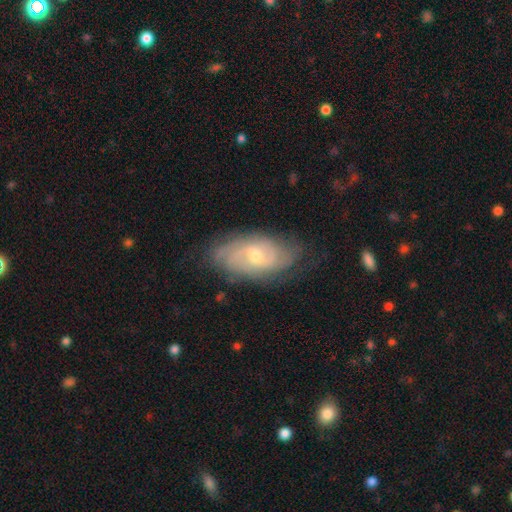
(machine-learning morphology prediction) Smooth or featured? Predicted: featured or disk (p=0.75). Edge-on disk? Predicted: no (p=0.93). Bar? Predicted: weak (p=0.46, tied with no). Spiral arms? Predicted: yes (p=0.89). Spiral winding? Predicted: tight (p=0.52). Spiral arm count? Predicted: can't tell (p=0.41). Bulge size? Predicted: small (p=0.50). Merging? Predicted: none (p=0.71).